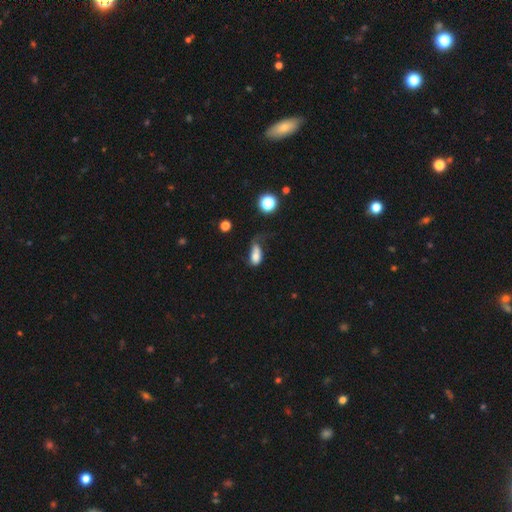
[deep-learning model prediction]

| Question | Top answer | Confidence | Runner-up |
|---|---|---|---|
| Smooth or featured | smooth | 72% | featured or disk (18%) |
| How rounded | in between | 83% | round (10%) |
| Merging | major disturbance | 44% | minor disturbance (24%) |